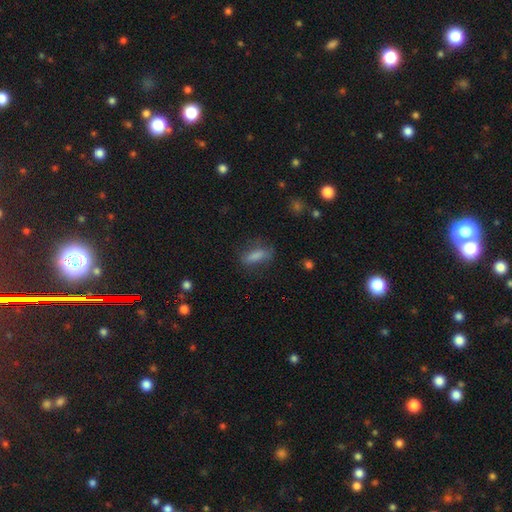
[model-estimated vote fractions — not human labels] The model was most divided on "how rounded": in between: 51%, cigar-shaped: 45%, round: 4%. More confident: smooth or featured — smooth (73%); merging — none (73%).